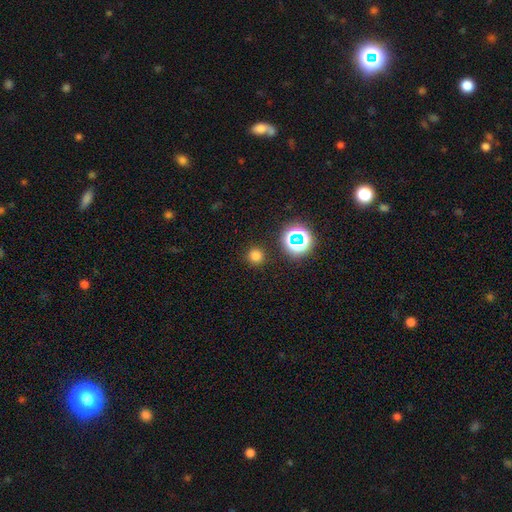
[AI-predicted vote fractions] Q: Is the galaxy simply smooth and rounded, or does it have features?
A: smooth — 73%.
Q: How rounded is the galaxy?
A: round — 94%.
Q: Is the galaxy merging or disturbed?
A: none — 90%.